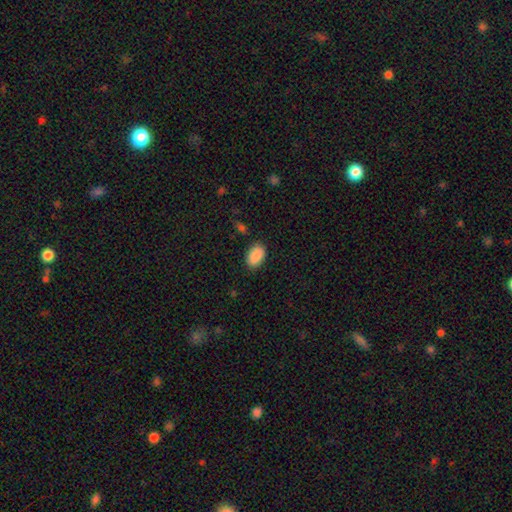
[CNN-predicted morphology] Q: Smooth or featured?
A: smooth (90%); runner-up: star or artifact (7%)
Q: How rounded?
A: in between (92%); runner-up: round (7%)
Q: Merging?
A: none (85%); runner-up: minor disturbance (10%)